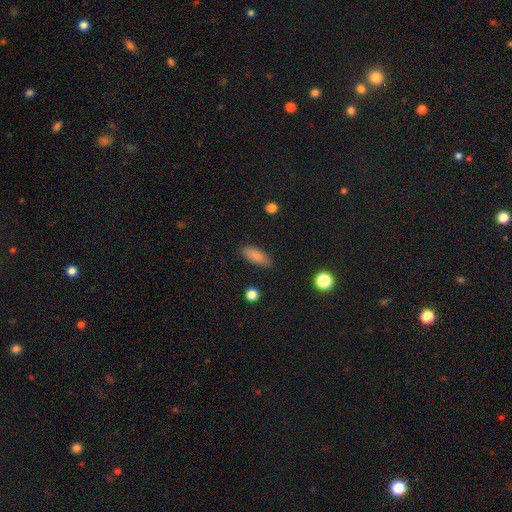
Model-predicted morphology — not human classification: smooth 85%, star or artifact 7%, featured or disk 7%. Down the decision tree: how rounded — in between (80%); merging — none (86%).